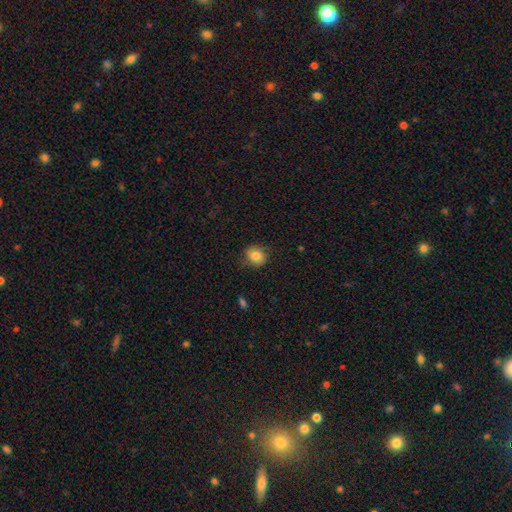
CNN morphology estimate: type=smooth (83%); roundness=round (76%); merging=none (78%).